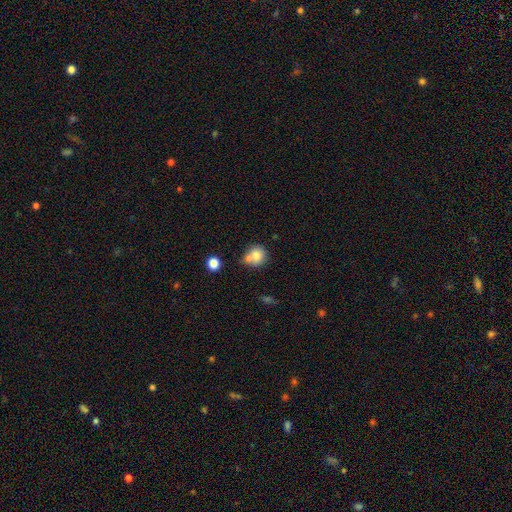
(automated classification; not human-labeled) This is likely a smooth galaxy (78%). How rounded: clearly round (84%). Merging: possibly none (48%).